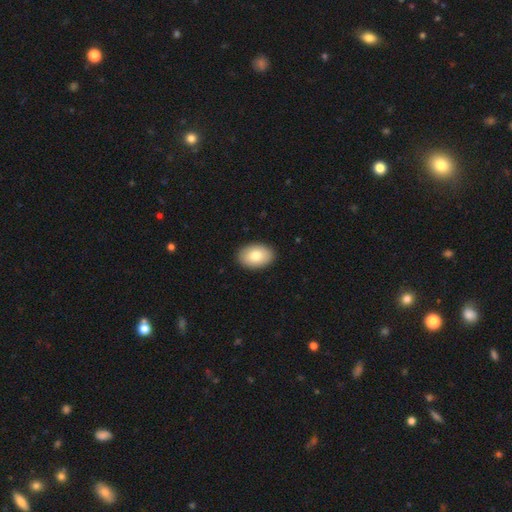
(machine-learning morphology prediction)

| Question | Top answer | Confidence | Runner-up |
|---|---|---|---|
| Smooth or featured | smooth | 82% | featured or disk (12%) |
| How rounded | in between | 87% | round (12%) |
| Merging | none | 91% | minor disturbance (7%) |